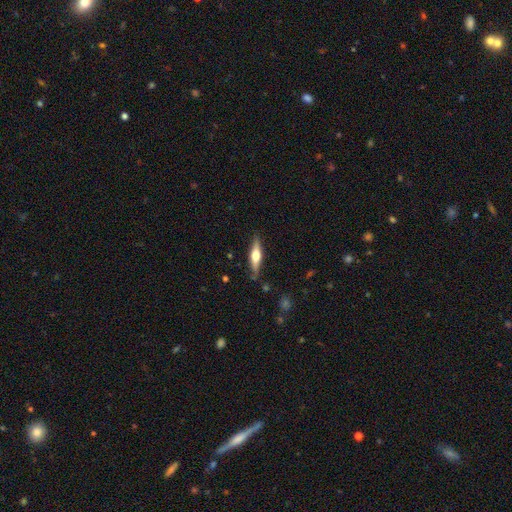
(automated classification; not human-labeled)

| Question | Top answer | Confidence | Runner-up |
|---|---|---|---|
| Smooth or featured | featured or disk | 54% | smooth (40%) |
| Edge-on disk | yes | 94% | no (6%) |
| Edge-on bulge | rounded | 89% | boxy (8%) |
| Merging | none | 84% | minor disturbance (12%) |